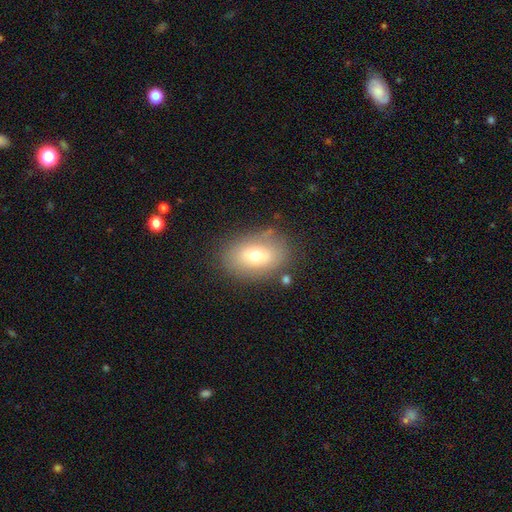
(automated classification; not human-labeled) Smooth or featured? Predicted: smooth (p=0.66). How rounded? Predicted: in between (p=0.78). Merging? Predicted: none (p=0.79).